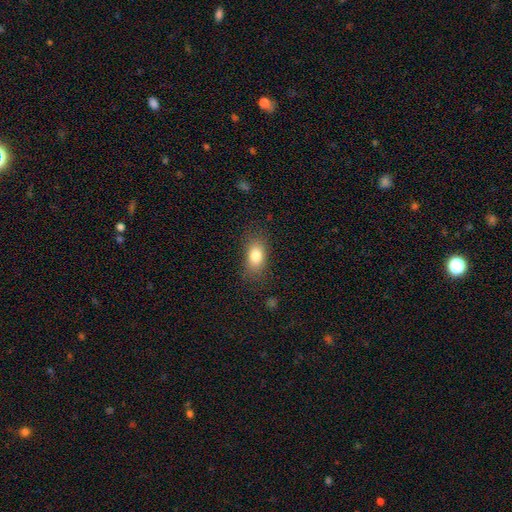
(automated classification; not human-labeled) smooth_or_featured: smooth (p=0.81) [alt: featured or disk p=0.10]
how_rounded: in between (p=0.85) [alt: round p=0.10]
merging: none (p=0.78) [alt: minor disturbance p=0.15]